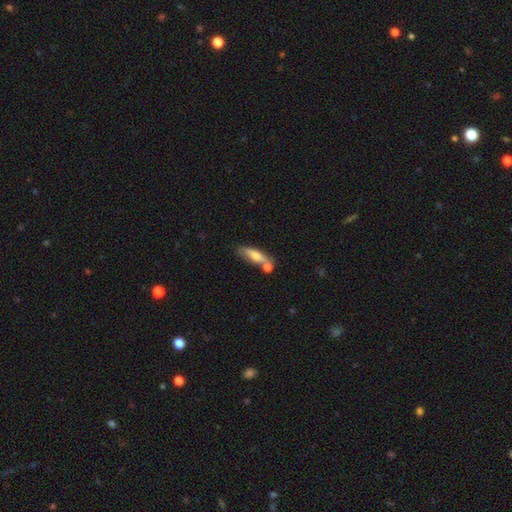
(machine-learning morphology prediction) This appears to be a smooth galaxy with no disk features (58%) that is cigar-shaped (58%). Merging: none (54%).